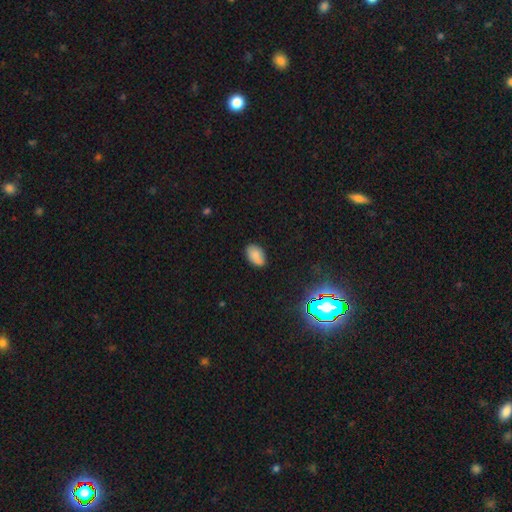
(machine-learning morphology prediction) smooth 80%, star or artifact 11%, featured or disk 8%. Down the decision tree: how rounded — in between (90%); merging — none (73%).